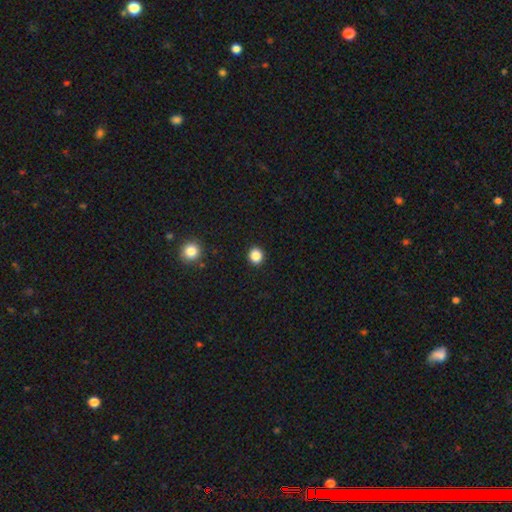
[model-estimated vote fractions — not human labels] Q: Smooth or featured?
A: smooth (86%); runner-up: star or artifact (11%)
Q: How rounded?
A: round (80%); runner-up: in between (19%)
Q: Merging?
A: none (92%); runner-up: minor disturbance (5%)